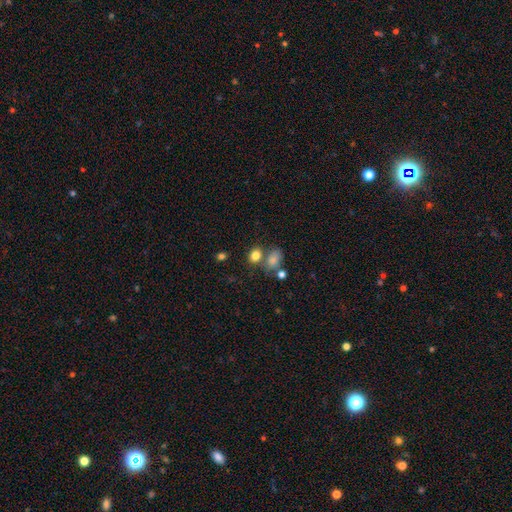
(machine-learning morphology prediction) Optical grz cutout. It shows a smooth galaxy with no disk features (81%) that is in between round and cigar-shaped (60%). Merging: none (57%).